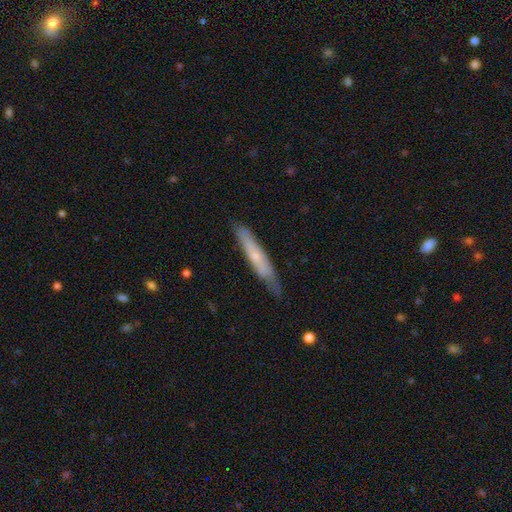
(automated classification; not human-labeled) Morphology: type=smooth (50%); roundness=cigar-shaped (92%); merging=none (76%).